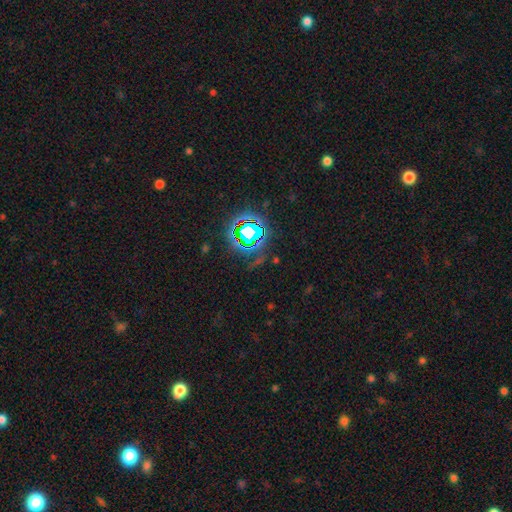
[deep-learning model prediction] Overall: star or artifact (80%).